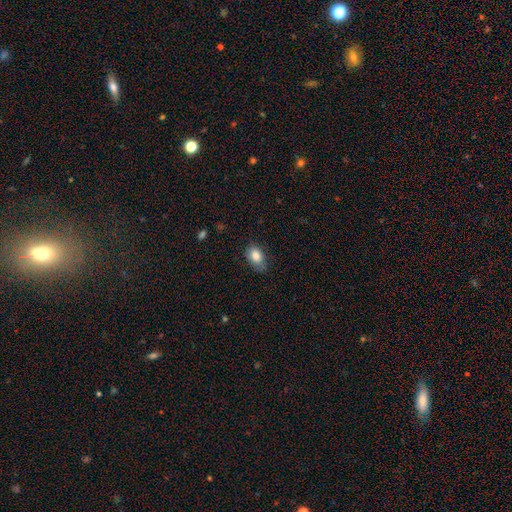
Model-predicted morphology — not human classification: Smooth or featured?
  - smooth: 85% *
  - star or artifact: 8%
  - featured or disk: 7%
How rounded?
  - in between: 82% *
  - round: 17%
  - cigar-shaped: 1%
Merging?
  - none: 66% *
  - minor disturbance: 26%
  - major disturbance: 6%
  - merger: 1%